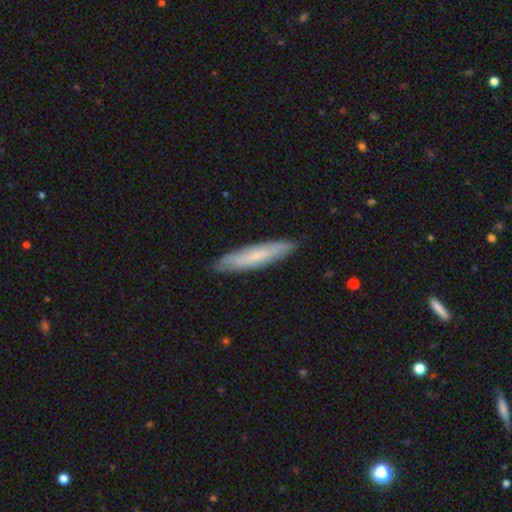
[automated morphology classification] Smooth or featured? Predicted: smooth (p=0.52). How rounded? Predicted: cigar-shaped (p=0.84). Merging? Predicted: none (p=0.88).